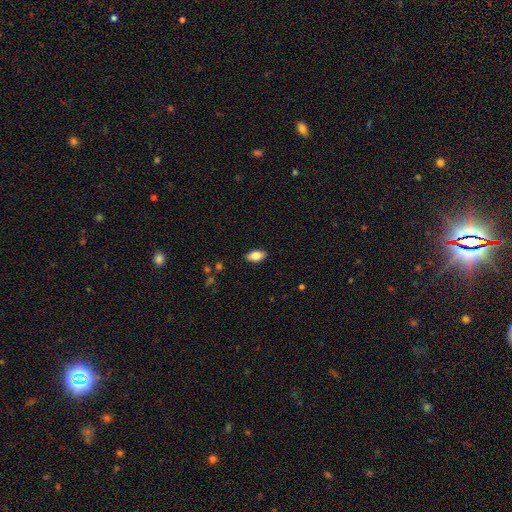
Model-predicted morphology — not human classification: smooth_or_featured: smooth (p=0.82) [alt: featured or disk p=0.11]
how_rounded: in between (p=0.91) [alt: cigar-shaped p=0.05]
merging: none (p=0.88) [alt: minor disturbance p=0.09]